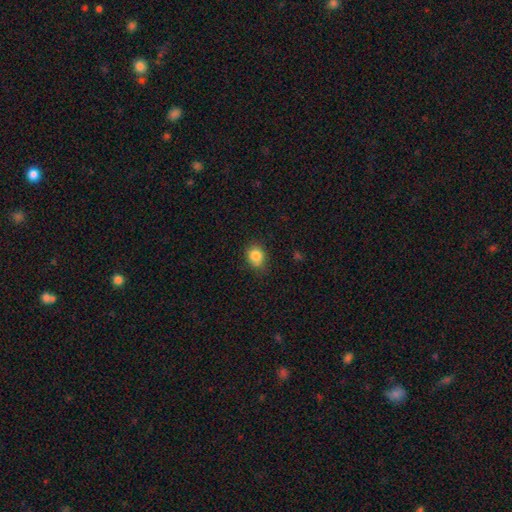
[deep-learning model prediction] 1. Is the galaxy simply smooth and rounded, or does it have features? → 85% smooth, 10% star or artifact, 5% featured or disk.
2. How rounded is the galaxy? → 60% round, 39% in between, 1% cigar-shaped.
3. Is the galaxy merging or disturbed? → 76% none, 19% minor disturbance, 4% major disturbance, 1% merger.